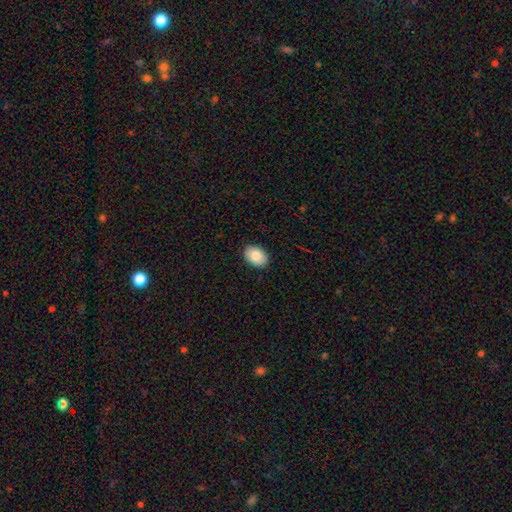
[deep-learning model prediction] Smooth or featured?
  - smooth: 86% *
  - featured or disk: 7%
  - star or artifact: 7%
How rounded?
  - in between: 83% *
  - round: 16%
  - cigar-shaped: 1%
Merging?
  - none: 90% *
  - minor disturbance: 8%
  - major disturbance: 2%
  - merger: 1%